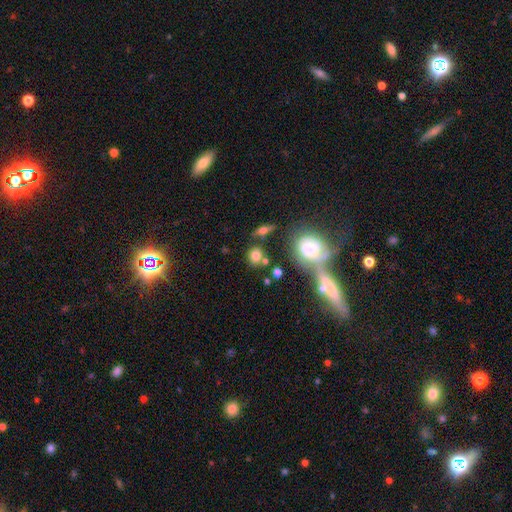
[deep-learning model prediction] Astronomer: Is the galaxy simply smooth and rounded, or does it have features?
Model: smooth — 72%.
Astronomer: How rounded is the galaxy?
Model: round — 77%.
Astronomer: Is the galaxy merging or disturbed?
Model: none — 65%.